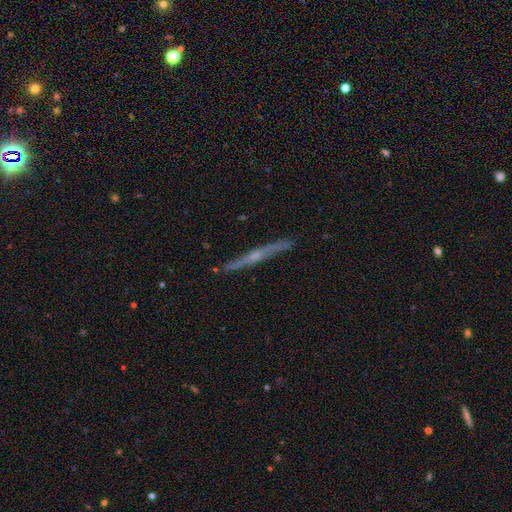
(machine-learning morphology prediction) A featured or disk galaxy (76%) viewed edge-on (97%) with a rounded central bulge (68%). Merging: none (88%).